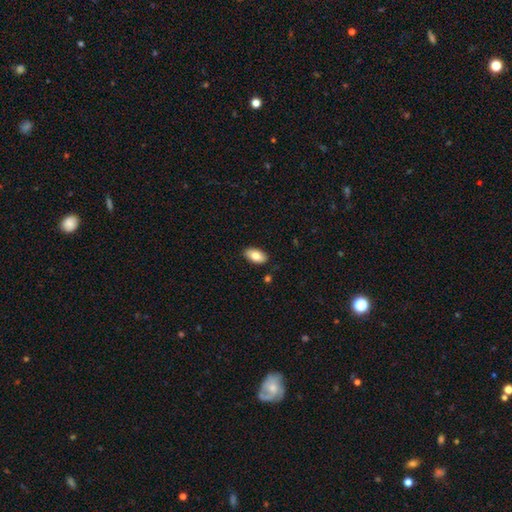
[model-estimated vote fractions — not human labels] Overall: smooth (79%). How rounded: in between (94%). Merging: none (87%).